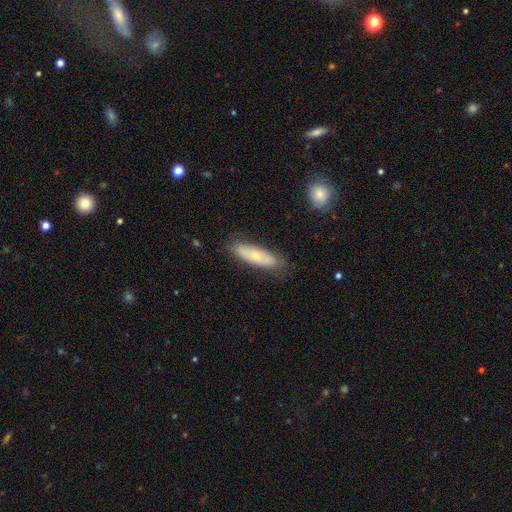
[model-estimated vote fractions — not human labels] The model was most divided on "how rounded": cigar-shaped: 49%, in between: 48%, round: 2%. More confident: merging — none (80%); smooth or featured — smooth (58%).